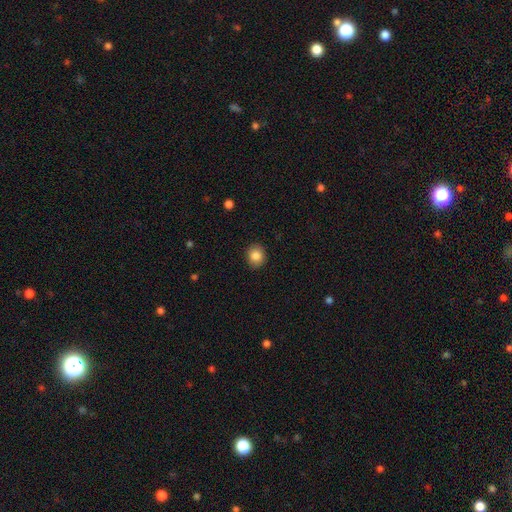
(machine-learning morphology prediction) smooth-or-featured: smooth: 85% | star or artifact: 9% | featured or disk: 6%
  how-rounded: round: 71% | in between: 28% | cigar-shaped: 1%
  merging: none: 90% | minor disturbance: 7% | major disturbance: 2% | merger: 1%